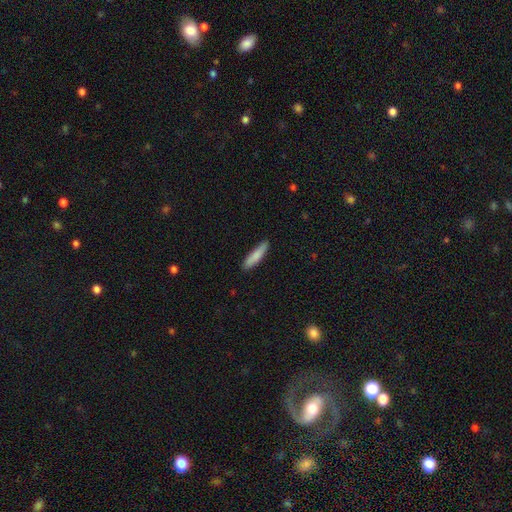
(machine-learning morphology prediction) smooth 83%, featured or disk 11%, star or artifact 5%. Down the decision tree: how rounded — cigar-shaped (83%); merging — none (87%).